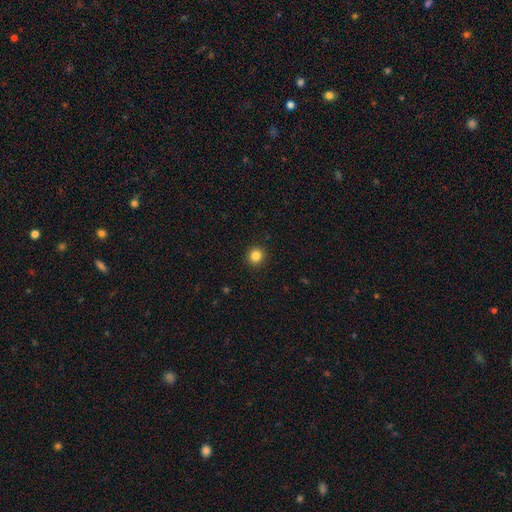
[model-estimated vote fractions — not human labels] smooth-or-featured: smooth: 84% | star or artifact: 11% | featured or disk: 4%
  how-rounded: round: 92% | in between: 7% | cigar-shaped: 1%
  merging: none: 93% | minor disturbance: 5% | major disturbance: 2% | merger: 1%